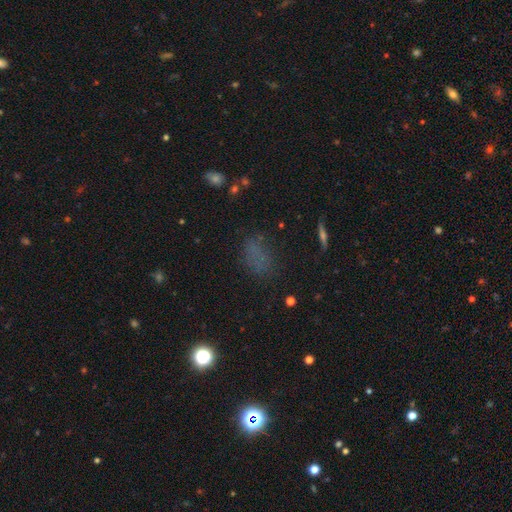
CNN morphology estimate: A smooth galaxy with no disk features (60%) that is in between round and cigar-shaped (76%).

Vote fractions:
- Smooth or featured? smooth: 60% / star or artifact: 29% / featured or disk: 11%
- How rounded? in between: 76% / round: 18% / cigar-shaped: 5%
- Merging? none: 64% / minor disturbance: 20% / major disturbance: 12% / merger: 4%